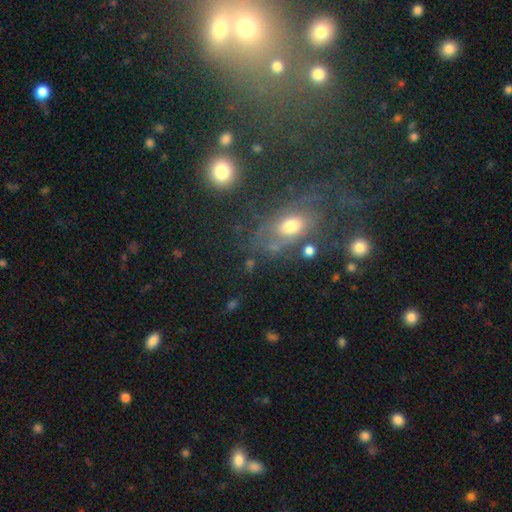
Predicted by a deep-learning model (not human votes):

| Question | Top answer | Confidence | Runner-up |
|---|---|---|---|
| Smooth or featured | smooth | 44% | star or artifact (32%) |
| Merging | none | 63% | minor disturbance (17%) |